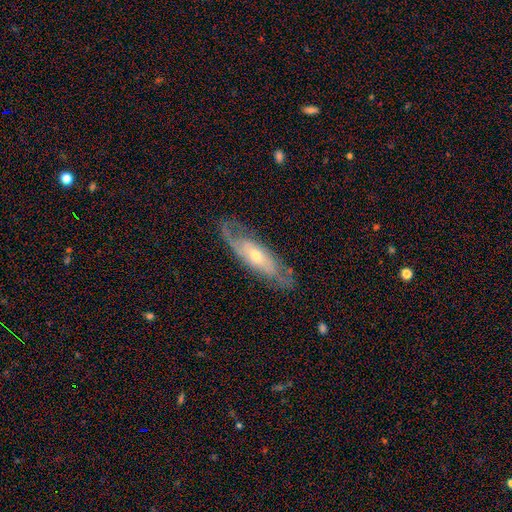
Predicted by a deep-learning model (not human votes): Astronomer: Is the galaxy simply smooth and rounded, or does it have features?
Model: featured or disk — 76%.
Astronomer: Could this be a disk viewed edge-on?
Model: no — 76%.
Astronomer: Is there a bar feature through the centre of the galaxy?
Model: no — 64%.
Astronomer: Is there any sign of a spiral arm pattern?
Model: yes — 84%.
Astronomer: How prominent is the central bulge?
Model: moderate — 54% (runner-up: small, 41%).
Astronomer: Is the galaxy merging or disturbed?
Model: none — 72%.